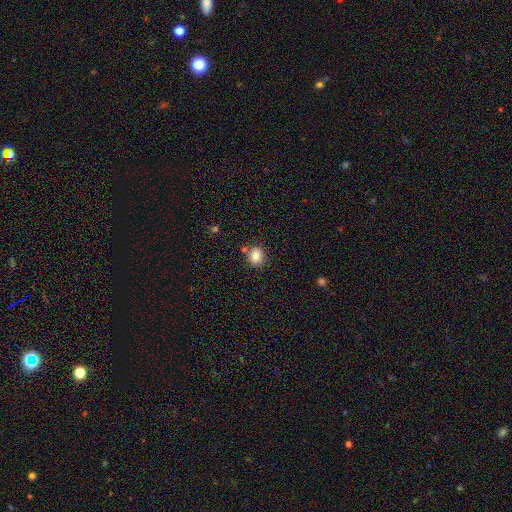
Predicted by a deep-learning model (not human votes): Smooth or featured: smooth — 85% (star or artifact — 10%)
How rounded: round — 56% (in between — 43%)
Merging: none — 76% (minor disturbance — 13%)